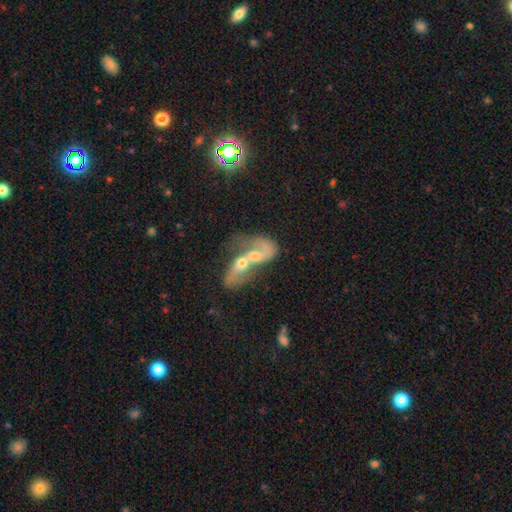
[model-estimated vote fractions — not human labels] Morphology: type=featured or disk (57%); edge-on=no (93%); bar=no (71%); spiral arms=yes (54%); bulge=moderate (62%); merging=merger (83%).